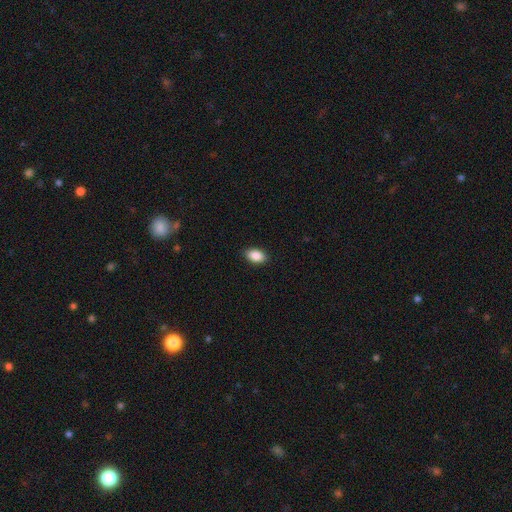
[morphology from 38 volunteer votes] Smooth or featured? 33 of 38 (87%) said smooth. How rounded? 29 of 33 (88%) said in between. Merging? 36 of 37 (97%) said none.